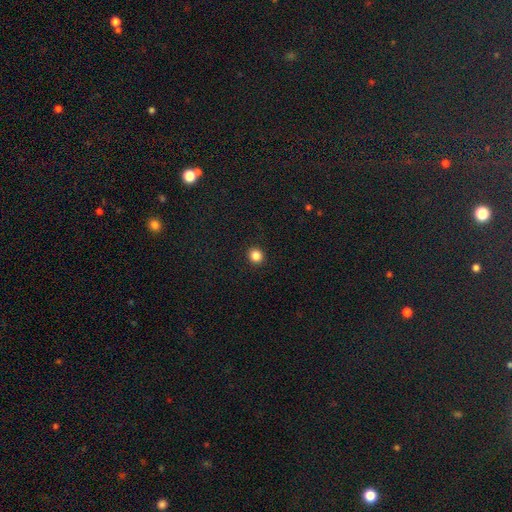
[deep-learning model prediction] Smooth or featured? Predicted: smooth (p=0.85). How rounded? Predicted: round (p=0.90). Merging? Predicted: none (p=0.93).